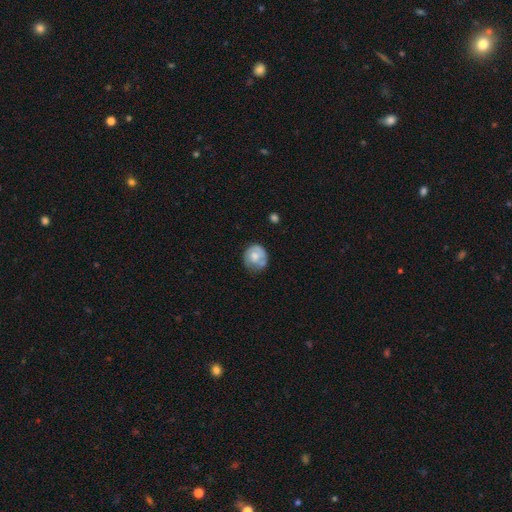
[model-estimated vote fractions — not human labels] This appears to be a smooth galaxy with no disk features (53%) that is round (78%). Merging: none (53%).